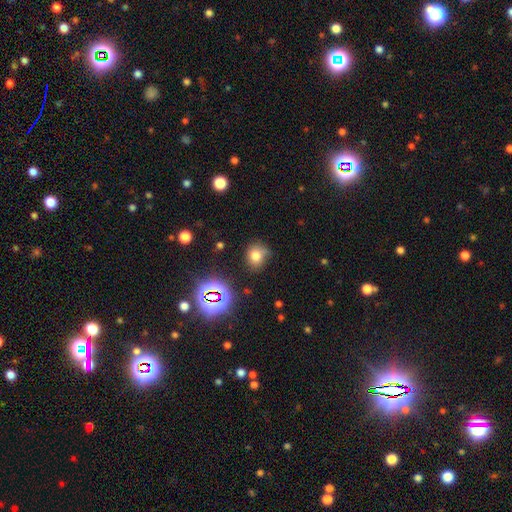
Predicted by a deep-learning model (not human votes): Smooth or featured?
  - smooth: 72% *
  - star or artifact: 19%
  - featured or disk: 9%
How rounded?
  - round: 70% *
  - in between: 29%
  - cigar-shaped: 1%
Merging?
  - none: 65% *
  - minor disturbance: 24%
  - major disturbance: 8%
  - merger: 4%